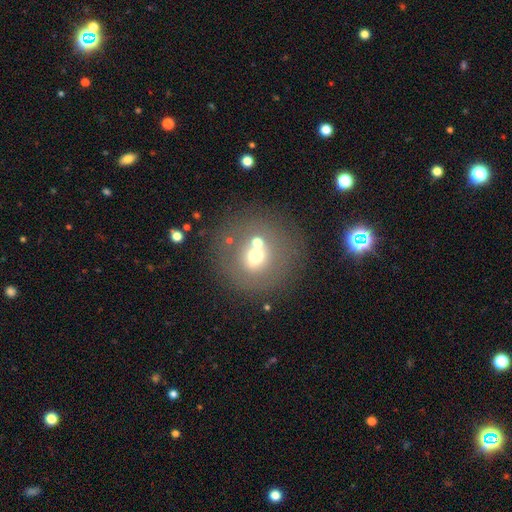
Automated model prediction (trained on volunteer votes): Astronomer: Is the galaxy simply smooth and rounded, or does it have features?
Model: smooth — 57%.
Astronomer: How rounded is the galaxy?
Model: round — 92%.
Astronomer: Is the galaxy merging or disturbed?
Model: none — 70%.